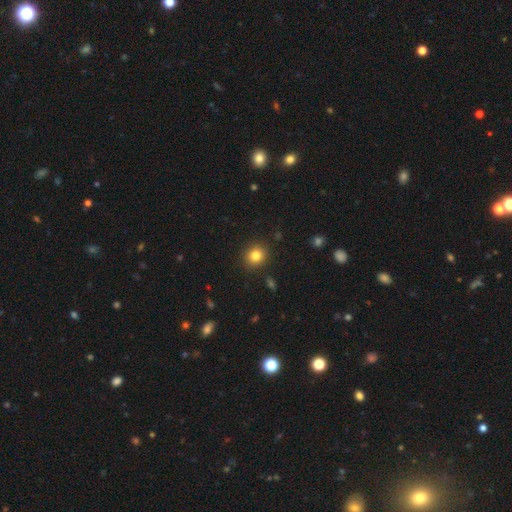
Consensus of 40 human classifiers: smooth_or_featured: smooth (p=0.85) [alt: star or artifact p=0.12]
how_rounded: round (p=0.85) [alt: in between p=0.15]
merging: none (p=0.91) [alt: minor disturbance p=0.06]